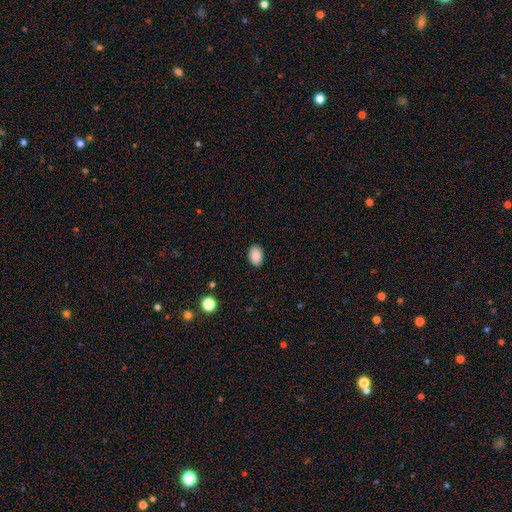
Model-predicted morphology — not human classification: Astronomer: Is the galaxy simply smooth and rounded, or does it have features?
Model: smooth — 89%.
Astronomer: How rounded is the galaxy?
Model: in between — 84%.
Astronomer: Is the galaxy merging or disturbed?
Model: none — 88%.